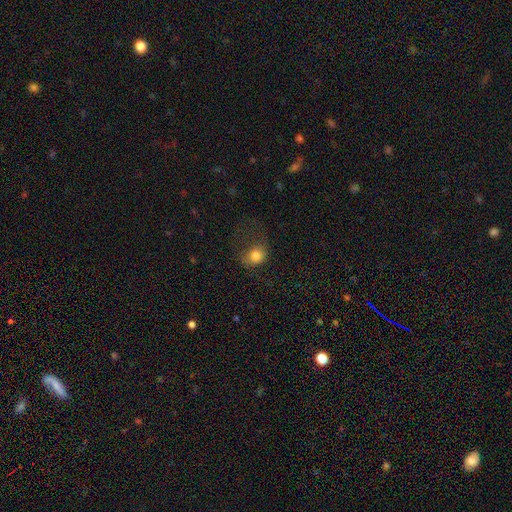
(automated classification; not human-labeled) Morphology: type=smooth (76%); roundness=round (62%); merging=major disturbance (38%).